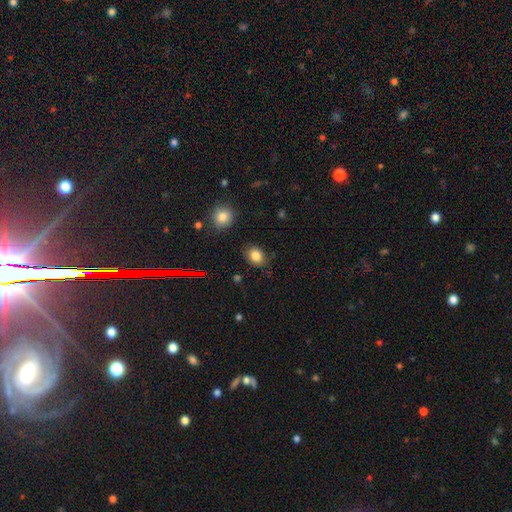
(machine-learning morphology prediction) Smooth or featured? Predicted: smooth (p=0.83). How rounded? Predicted: in between (p=0.59). Merging? Predicted: none (p=0.83).